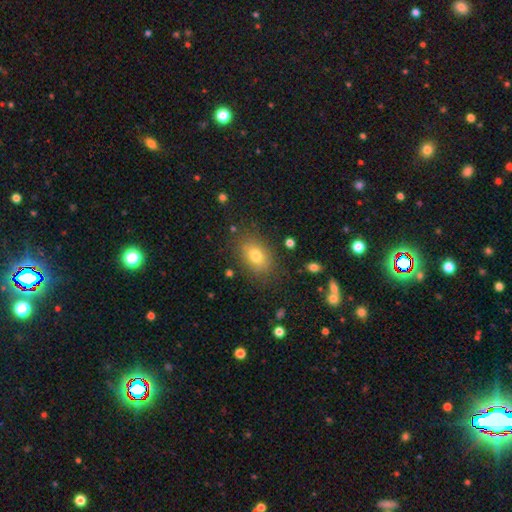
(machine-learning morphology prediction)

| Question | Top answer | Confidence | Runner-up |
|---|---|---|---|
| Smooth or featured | smooth | 76% | featured or disk (13%) |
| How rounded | in between | 79% | round (19%) |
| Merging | none | 81% | minor disturbance (13%) |